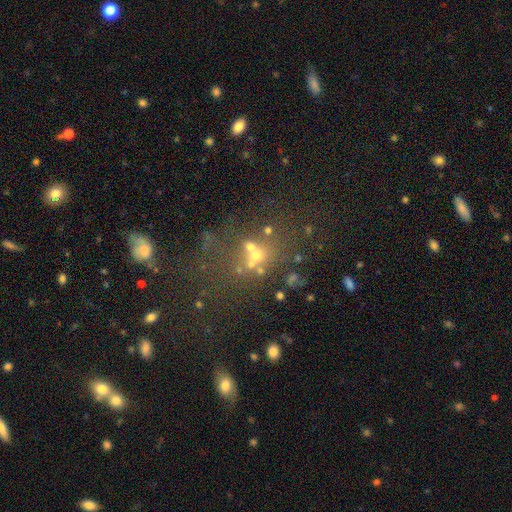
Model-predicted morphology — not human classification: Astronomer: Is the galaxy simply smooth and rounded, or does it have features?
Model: smooth — 39% (runner-up: star or artifact, 36%).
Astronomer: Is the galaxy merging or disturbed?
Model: none — 43% (runner-up: merger, 34%).